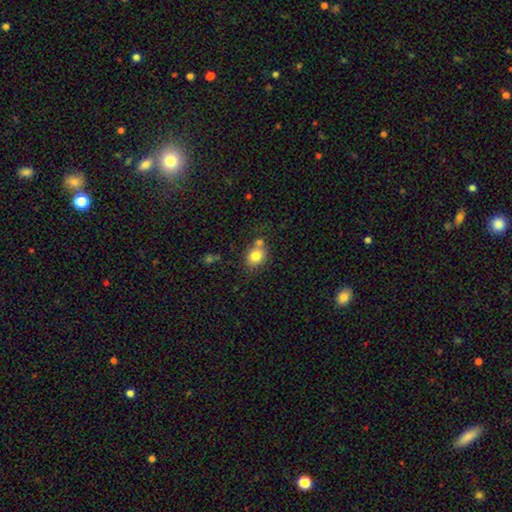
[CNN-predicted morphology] This appears to be a smooth galaxy with no disk features (80%) that is round (61%). Merging: none (59%).